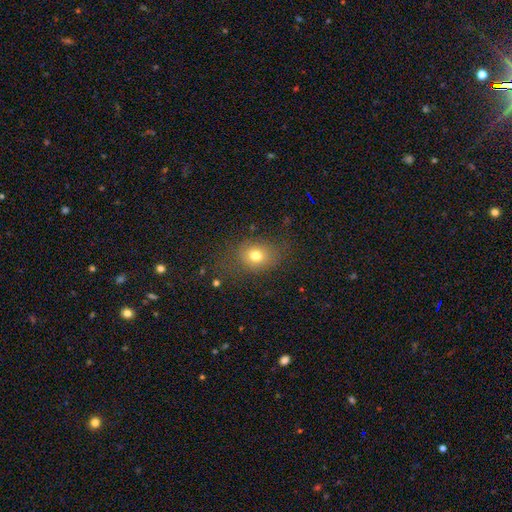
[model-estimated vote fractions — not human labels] The model was most divided on "how rounded": round: 52%, in between: 46%, cigar-shaped: 1%. More confident: smooth or featured — smooth (75%); merging — none (70%).